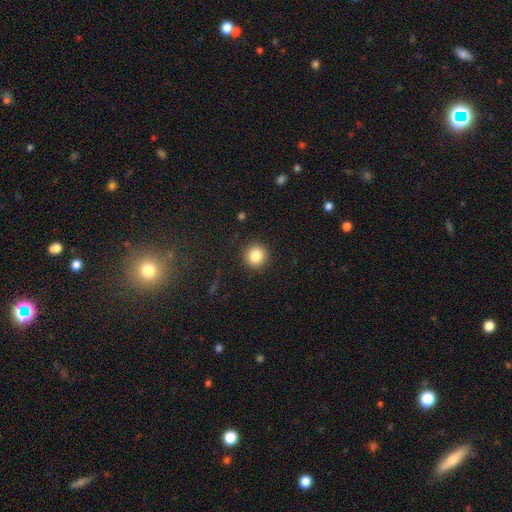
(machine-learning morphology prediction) smooth 84%, star or artifact 10%, featured or disk 6%. Down the decision tree: how rounded — round (94%); merging — none (91%).